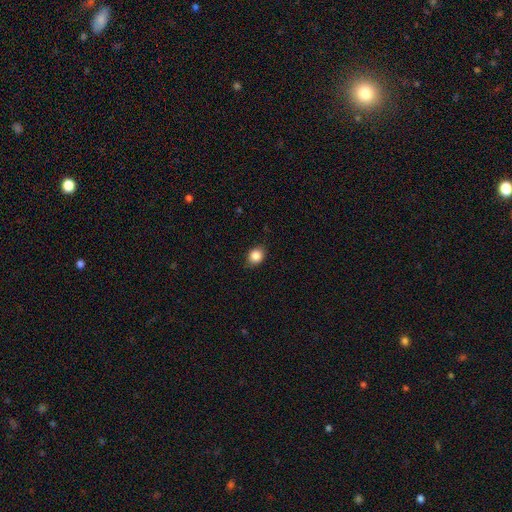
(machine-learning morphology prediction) smooth 86%, star or artifact 9%, featured or disk 5%. Down the decision tree: how rounded — round (51%); merging — none (84%).